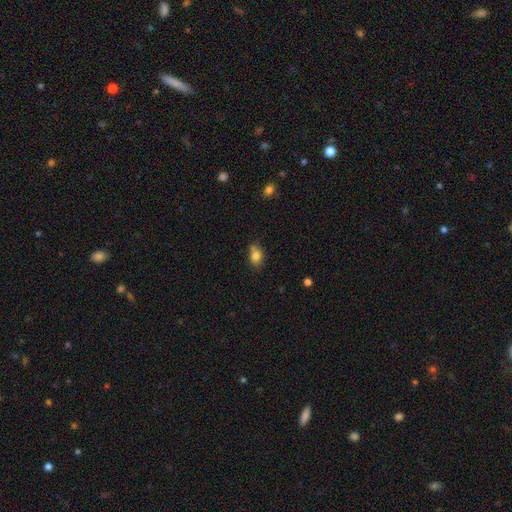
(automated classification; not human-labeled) Smooth or featured?
  - smooth: 81% *
  - star or artifact: 10%
  - featured or disk: 9%
How rounded?
  - in between: 71% *
  - round: 27%
  - cigar-shaped: 2%
Merging?
  - none: 60% *
  - minor disturbance: 26%
  - merger: 9%
  - major disturbance: 5%